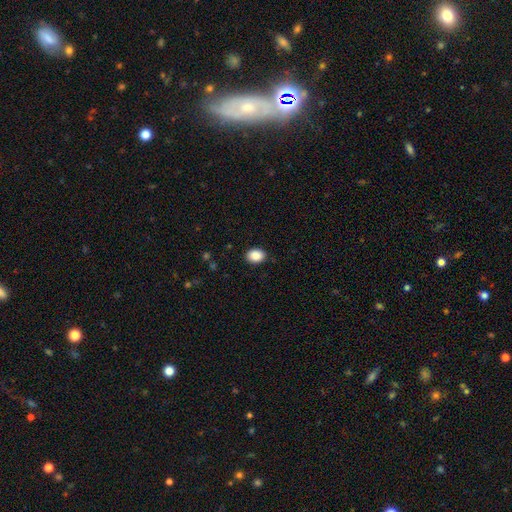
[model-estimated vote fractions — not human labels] This appears to be a smooth galaxy with no disk features (89%) that is in between round and cigar-shaped (69%). Merging: none (89%).